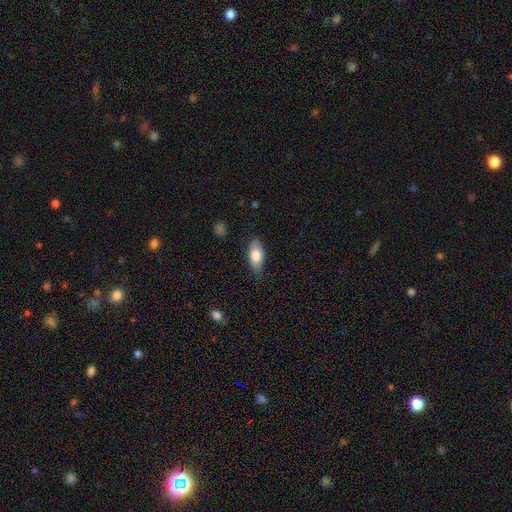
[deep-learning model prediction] Overall: smooth (78%). How rounded: in between (86%). Merging: none (80%).